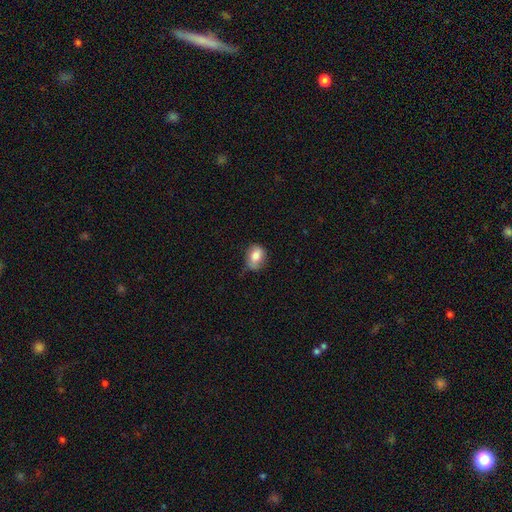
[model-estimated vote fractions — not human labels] smooth 80%, featured or disk 12%, star or artifact 8%. Down the decision tree: how rounded — in between (54%); merging — none (55%).